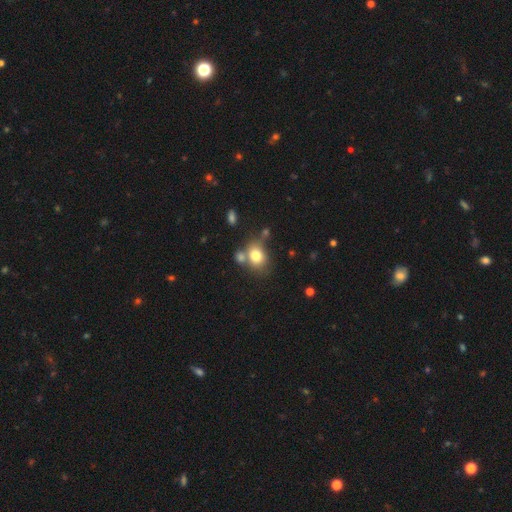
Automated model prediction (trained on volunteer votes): This appears to be a smooth galaxy with no disk features (77%) that is round (51%). Merging: none (51%).